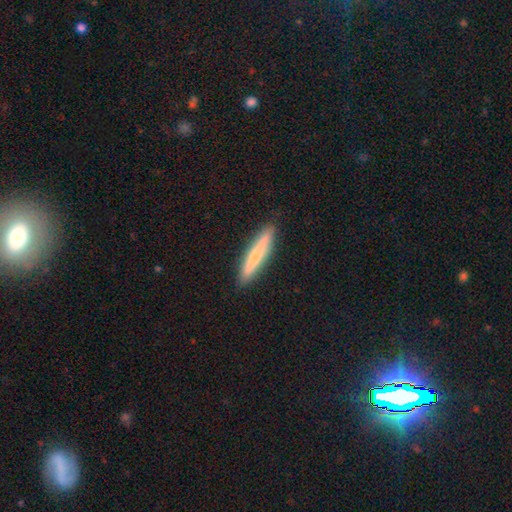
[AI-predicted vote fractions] Smooth or featured: smooth — 67% (featured or disk — 28%)
How rounded: cigar-shaped — 93% (in between — 6%)
Merging: none — 90% (minor disturbance — 7%)